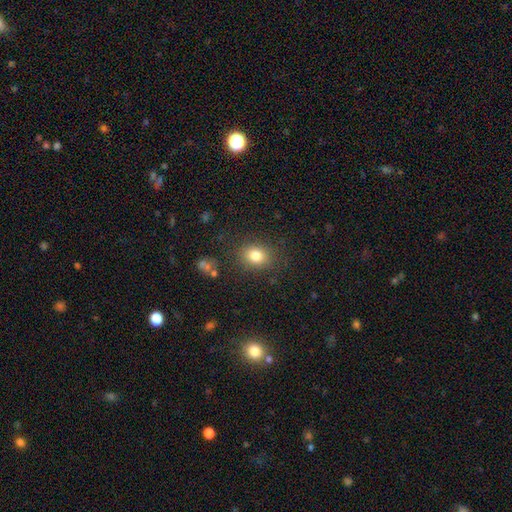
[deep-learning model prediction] Smooth or featured: smooth — 80% (star or artifact — 12%)
How rounded: round — 58% (in between — 41%)
Merging: none — 84% (minor disturbance — 10%)